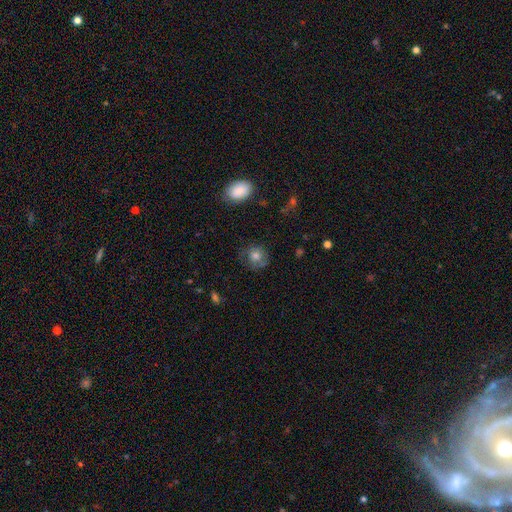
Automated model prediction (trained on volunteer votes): Smooth or featured? smooth (68%)
How rounded? round (80%)
Merging? none (67%)